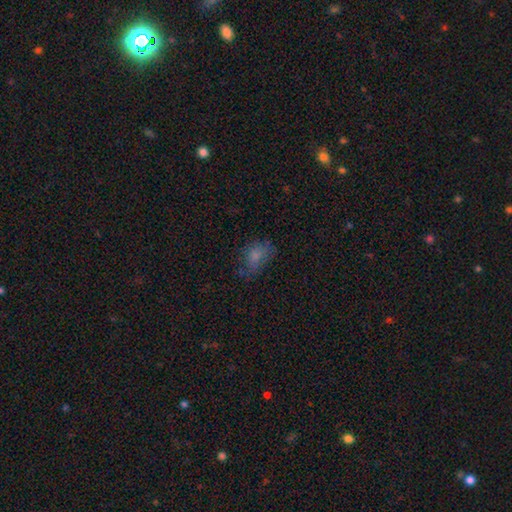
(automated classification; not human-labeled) smooth-or-featured: smooth: 70% | featured or disk: 16% | star or artifact: 14%
  how-rounded: in between: 79% | round: 19% | cigar-shaped: 2%
  merging: none: 53% | minor disturbance: 27% | major disturbance: 17% | merger: 2%